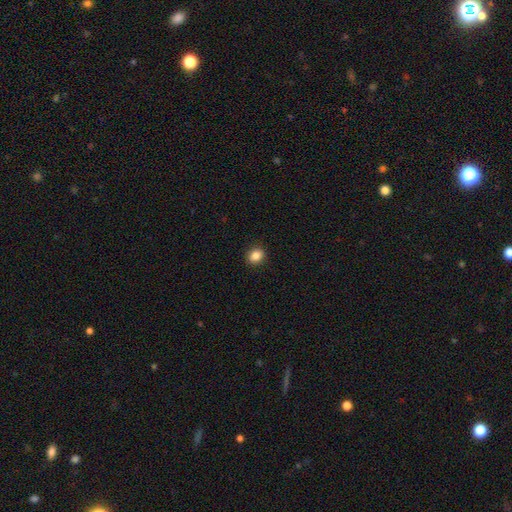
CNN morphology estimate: Smooth or featured: smooth — 86% (star or artifact — 10%)
How rounded: round — 67% (in between — 32%)
Merging: none — 91% (minor disturbance — 6%)